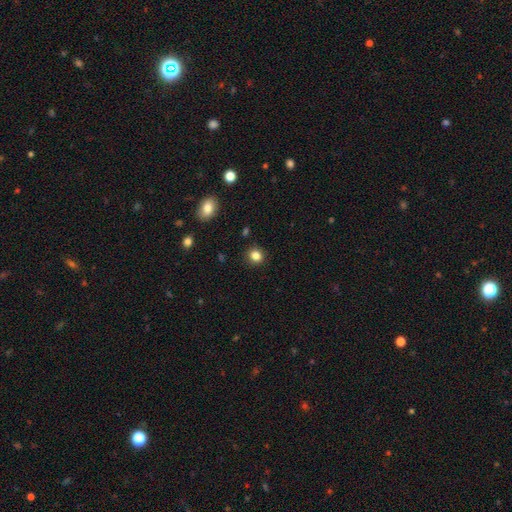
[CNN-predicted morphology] Q: Smooth or featured?
A: smooth (84%); runner-up: star or artifact (11%)
Q: How rounded?
A: round (79%); runner-up: in between (20%)
Q: Merging?
A: none (89%); runner-up: minor disturbance (7%)